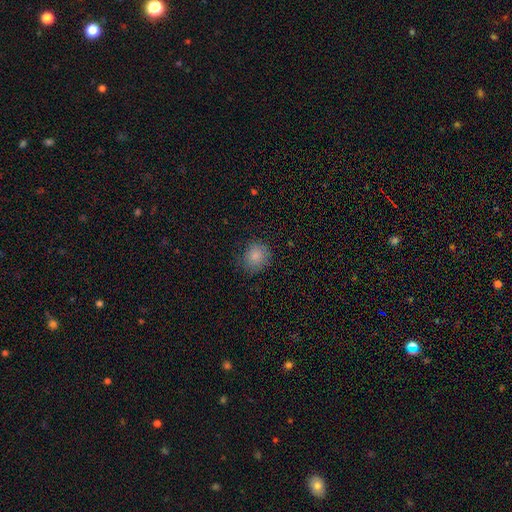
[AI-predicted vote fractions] Smooth or featured?
  - smooth: 85% *
  - star or artifact: 10%
  - featured or disk: 5%
How rounded?
  - round: 81% *
  - in between: 18%
  - cigar-shaped: 1%
Merging?
  - none: 81% *
  - minor disturbance: 14%
  - major disturbance: 4%
  - merger: 1%